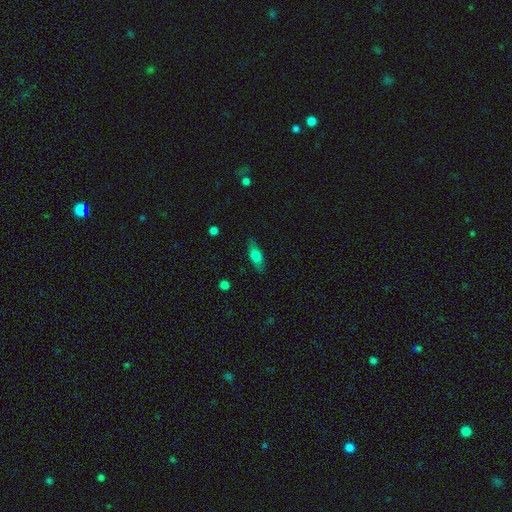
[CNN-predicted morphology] This is likely a smooth galaxy (64%). How rounded: likely in between (65%). Merging: clearly none (83%).